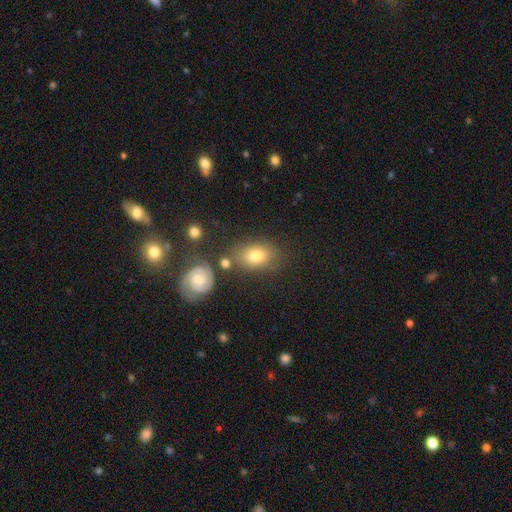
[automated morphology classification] This appears to be a smooth galaxy with no disk features (68%) that is in between round and cigar-shaped (74%). Merging: none (69%).